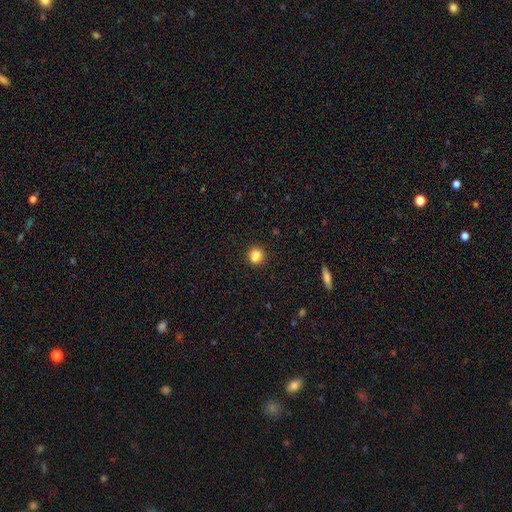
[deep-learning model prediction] smooth 85%, star or artifact 11%, featured or disk 4%. Down the decision tree: how rounded — round (72%); merging — none (83%).